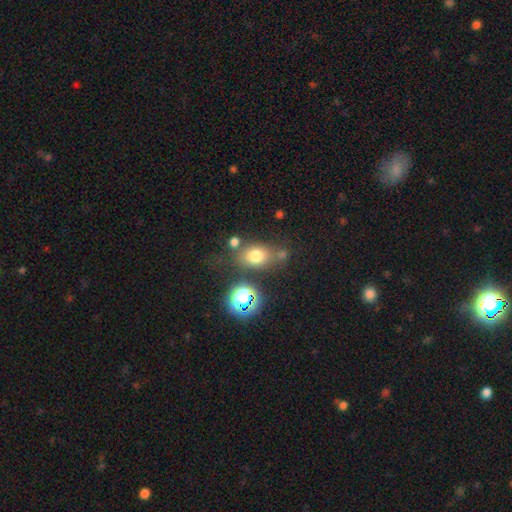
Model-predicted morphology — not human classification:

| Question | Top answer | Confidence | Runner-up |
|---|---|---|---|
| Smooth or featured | smooth | 71% | star or artifact (18%) |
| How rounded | in between | 60% | round (38%) |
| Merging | none | 64% | minor disturbance (16%) |